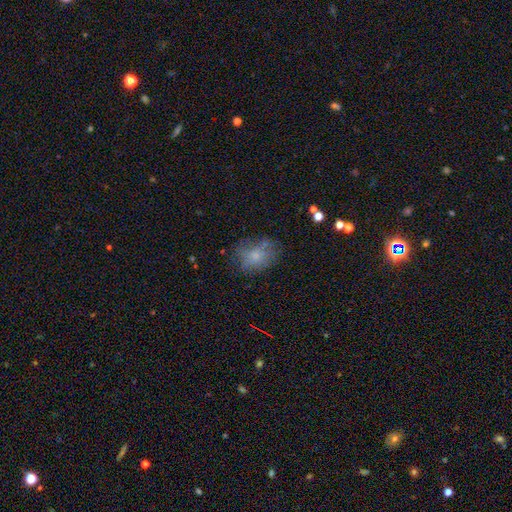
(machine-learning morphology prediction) smooth 61%, featured or disk 26%, star or artifact 13%. Down the decision tree: how rounded — in between (67%); merging — none (57%).